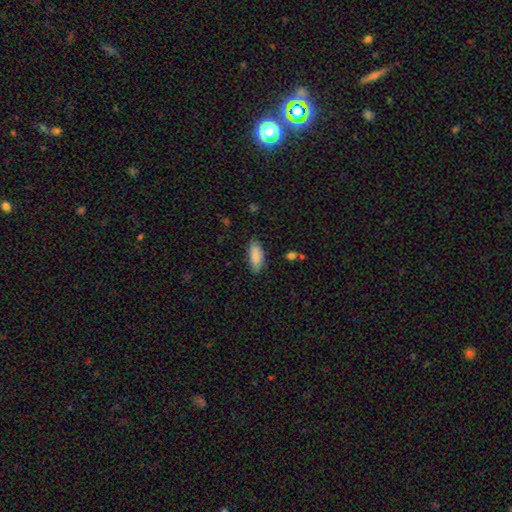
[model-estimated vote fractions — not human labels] smooth 87%, star or artifact 6%, featured or disk 6%. Down the decision tree: how rounded — in between (77%); merging — none (81%).